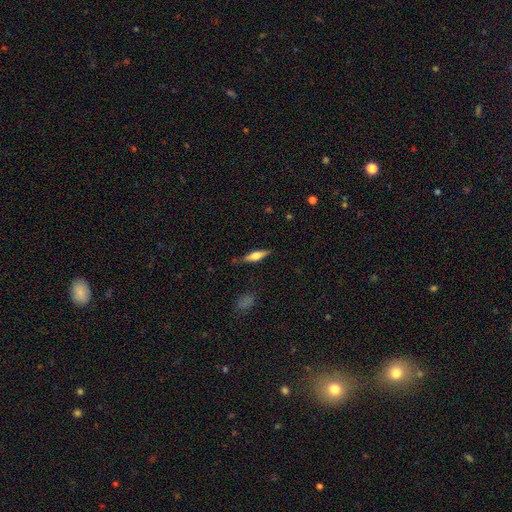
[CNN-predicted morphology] Smooth or featured?
  - smooth: 56% *
  - featured or disk: 37%
  - star or artifact: 7%
How rounded?
  - cigar-shaped: 63% *
  - in between: 34%
  - round: 2%
Merging?
  - none: 79% *
  - minor disturbance: 16%
  - major disturbance: 4%
  - merger: 2%